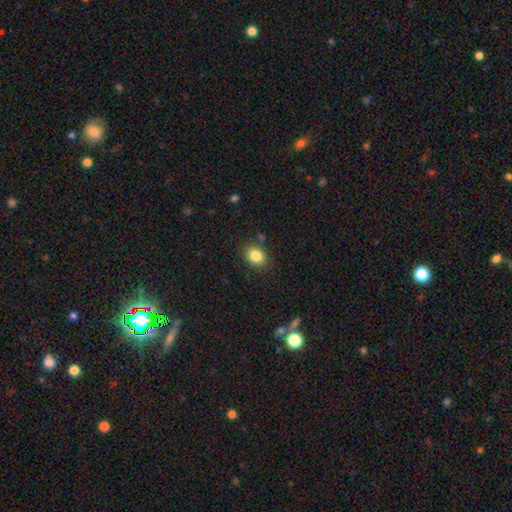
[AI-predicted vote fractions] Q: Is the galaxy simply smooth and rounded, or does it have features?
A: smooth — 84%.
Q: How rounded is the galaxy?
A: in between — 58%.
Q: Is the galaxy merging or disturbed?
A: none — 84%.